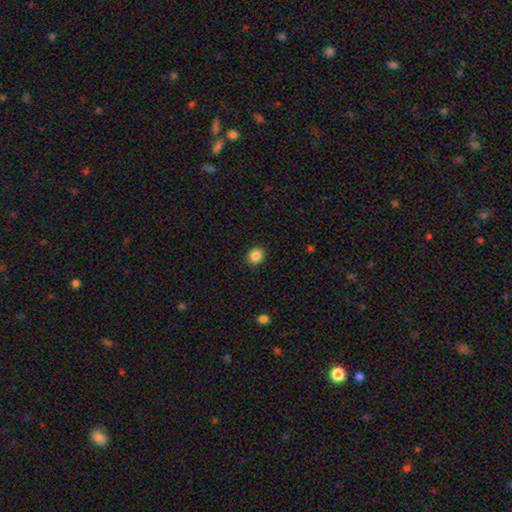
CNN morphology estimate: type=smooth (87%); roundness=round (81%); merging=none (92%).